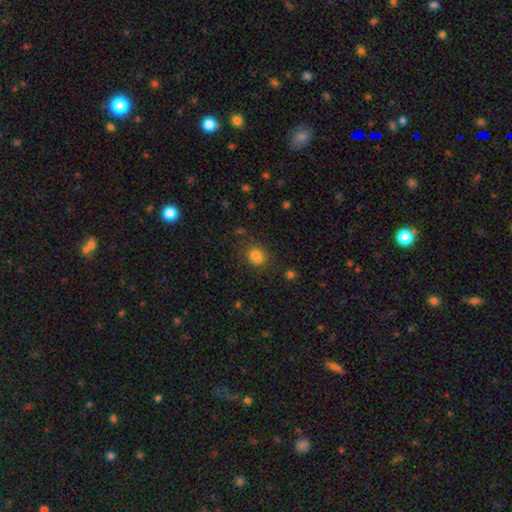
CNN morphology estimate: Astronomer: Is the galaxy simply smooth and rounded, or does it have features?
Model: smooth — 75%.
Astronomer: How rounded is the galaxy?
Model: round — 69%.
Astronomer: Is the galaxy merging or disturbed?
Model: none — 58%.